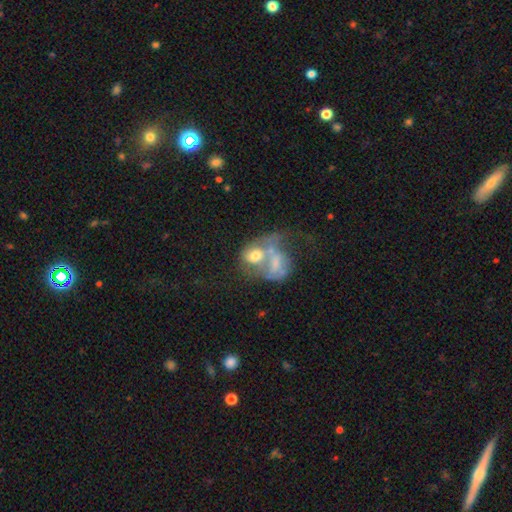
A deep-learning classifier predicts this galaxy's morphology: Smooth or featured: featured or disk — 46% (smooth — 44%)
Merging: merger — 63% (major disturbance — 19%)